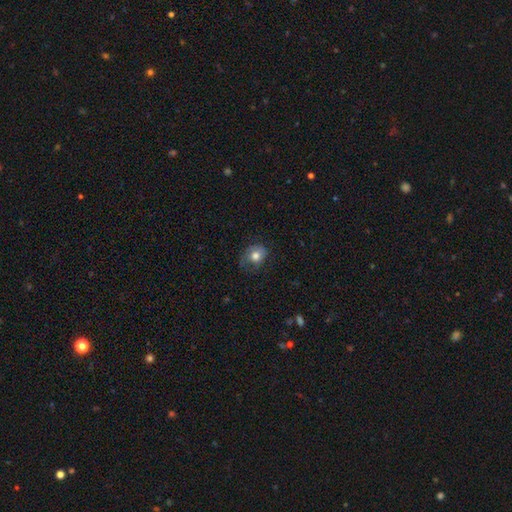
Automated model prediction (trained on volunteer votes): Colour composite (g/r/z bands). It shows a smooth galaxy with no disk features (72%) that is round (56%). Merging: none (53%).